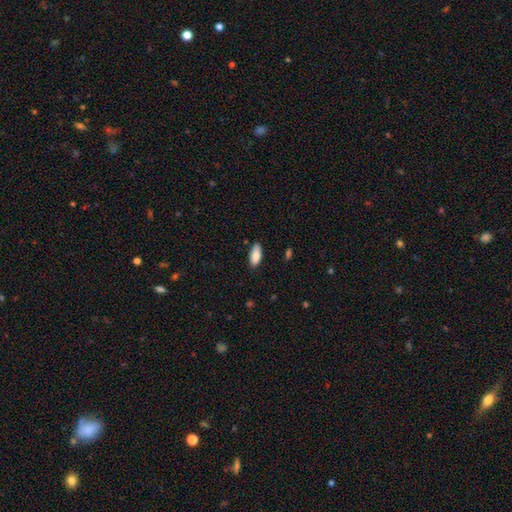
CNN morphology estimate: Smooth or featured? smooth (86%)
How rounded? in between (85%)
Merging? none (84%)